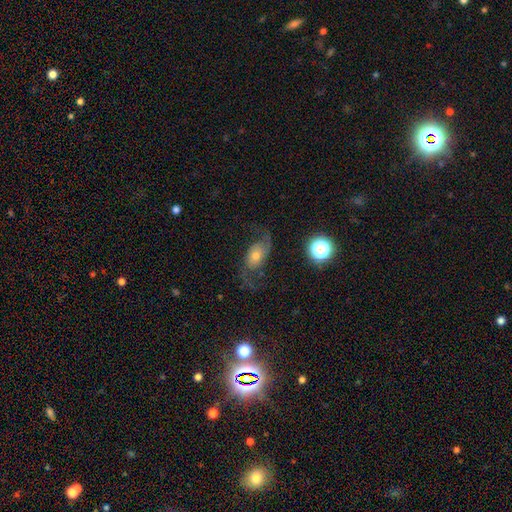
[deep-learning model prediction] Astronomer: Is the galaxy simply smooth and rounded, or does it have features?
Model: featured or disk — 72%.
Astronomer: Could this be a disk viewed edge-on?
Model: no — 95%.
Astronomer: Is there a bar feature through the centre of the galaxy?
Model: no — 68%.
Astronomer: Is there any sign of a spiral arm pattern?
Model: yes — 93%.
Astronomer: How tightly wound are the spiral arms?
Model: loose — 71%.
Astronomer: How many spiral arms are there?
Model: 2 — 89%.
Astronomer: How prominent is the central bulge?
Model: moderate — 53% (runner-up: small, 32%).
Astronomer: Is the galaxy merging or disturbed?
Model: none — 64%.